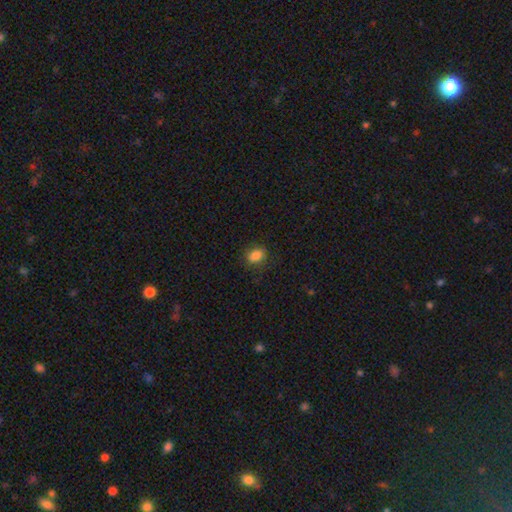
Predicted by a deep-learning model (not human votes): smooth-or-featured: smooth: 84% | star or artifact: 10% | featured or disk: 6%
  how-rounded: in between: 63% | round: 36% | cigar-shaped: 1%
  merging: none: 83% | minor disturbance: 13% | major disturbance: 4% | merger: 1%